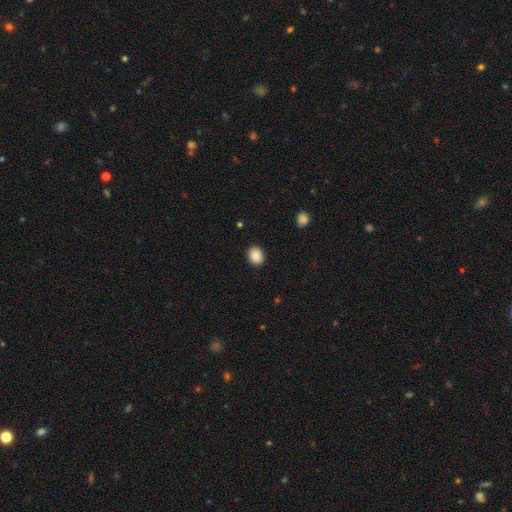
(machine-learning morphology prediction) This is clearly a smooth galaxy (89%). How rounded: possibly in between (55%). Merging: clearly none (90%).